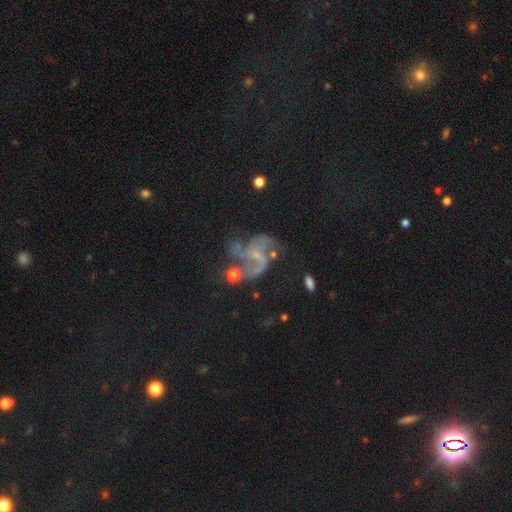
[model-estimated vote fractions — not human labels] Q: Smooth or featured?
A: featured or disk (79%); runner-up: star or artifact (12%)
Q: Edge-on disk?
A: no (98%); runner-up: yes (2%)
Q: Bar?
A: no (50%); runner-up: weak (40%)
Q: Spiral arms?
A: yes (91%); runner-up: no (9%)
Q: Spiral winding?
A: loose (48%); runner-up: medium (41%)
Q: Spiral arm count?
A: 2 (54%); runner-up: 3 (20%)
Q: Bulge size?
A: small (66%); runner-up: none (17%)
Q: Merging?
A: none (41%); runner-up: major disturbance (27%)